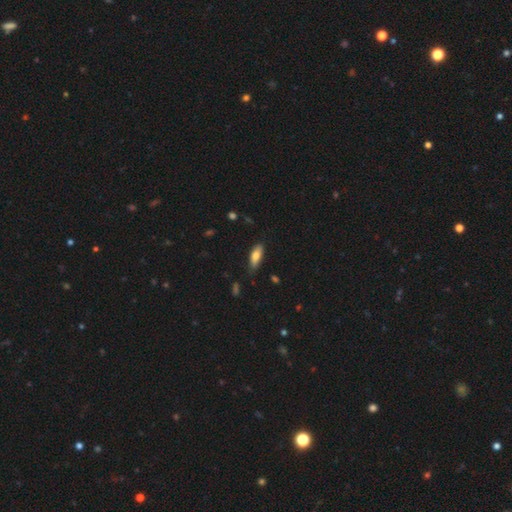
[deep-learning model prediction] A smooth galaxy with no disk features (78%) that is in between round and cigar-shaped (69%).

Vote fractions:
- Smooth or featured? smooth: 78% / featured or disk: 16% / star or artifact: 7%
- How rounded? in between: 69% / cigar-shaped: 29% / round: 2%
- Merging? none: 76% / minor disturbance: 20% / major disturbance: 3% / merger: 1%